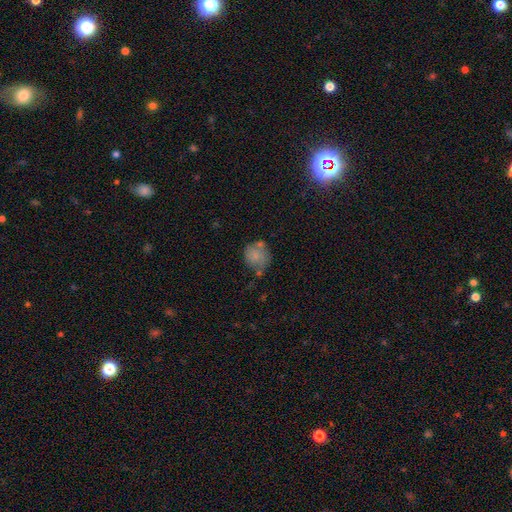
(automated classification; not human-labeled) This is likely a smooth galaxy (74%). How rounded: clearly round (80%). Merging: possibly none (53%).